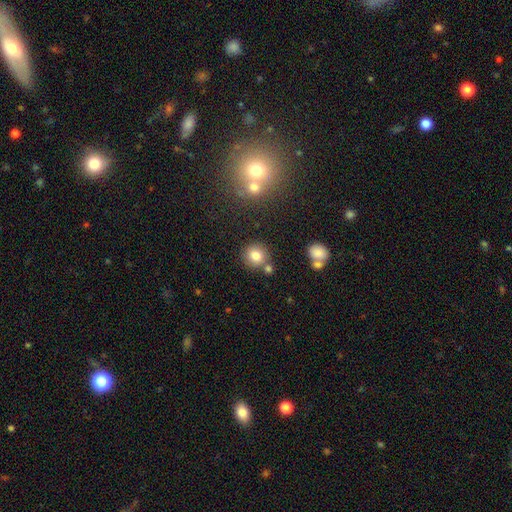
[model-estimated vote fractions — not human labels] Smooth or featured? smooth (80%)
How rounded? round (90%)
Merging? none (77%)